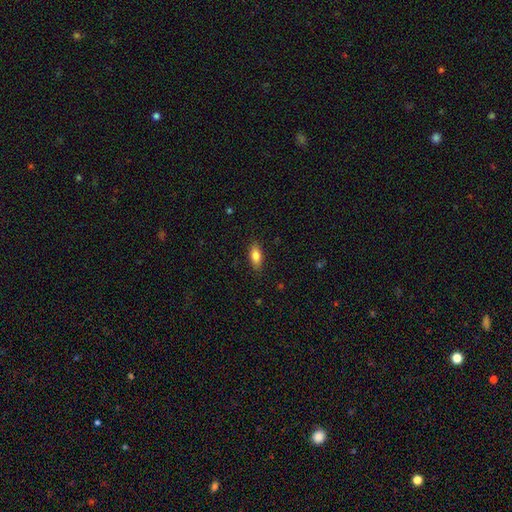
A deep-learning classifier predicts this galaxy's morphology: smooth 81%, featured or disk 11%, star or artifact 7%. Down the decision tree: how rounded — in between (82%); merging — none (85%).